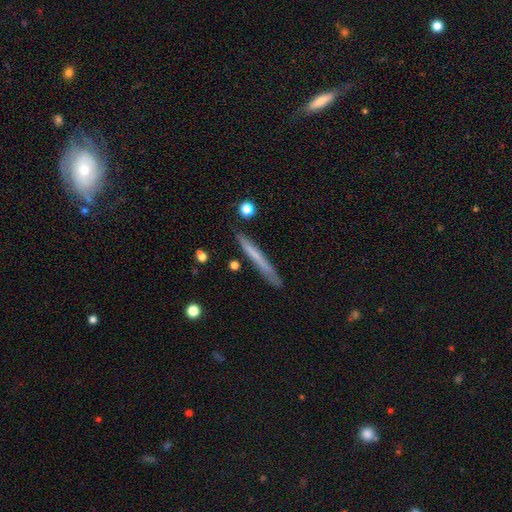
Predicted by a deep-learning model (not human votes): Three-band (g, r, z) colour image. It shows a smooth galaxy with no disk features (58%) that is cigar-shaped (96%). Merging: none (85%).